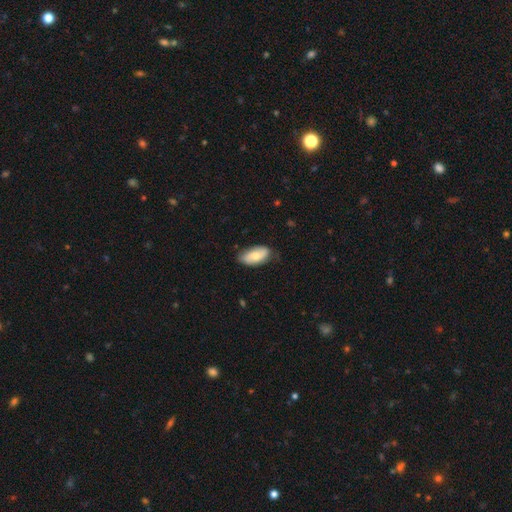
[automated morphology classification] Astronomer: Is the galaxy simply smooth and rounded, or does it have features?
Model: smooth — 69%.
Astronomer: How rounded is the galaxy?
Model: in between — 93%.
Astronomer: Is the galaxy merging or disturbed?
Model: none — 72%.